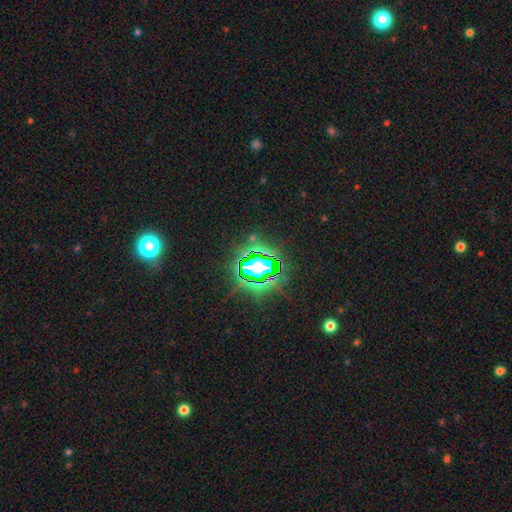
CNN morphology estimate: Smooth or featured: star or artifact — 82% (smooth — 11%)